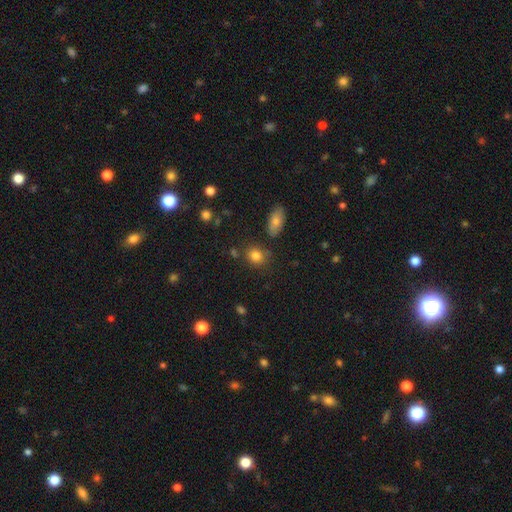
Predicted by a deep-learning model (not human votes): Overall: smooth (82%). How rounded: round (69%; in between 29%). Merging: none (77%).